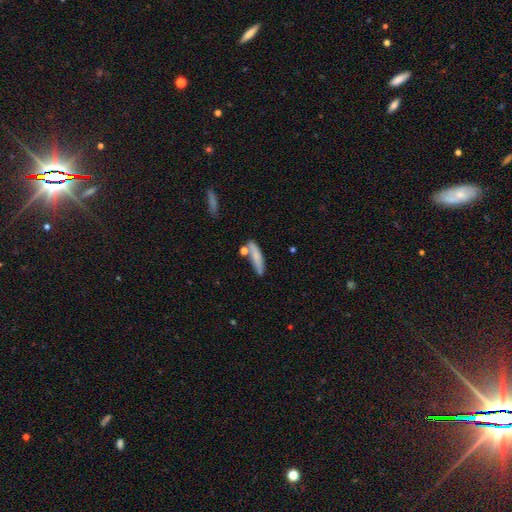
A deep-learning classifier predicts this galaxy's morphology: smooth_or_featured: smooth (p=0.74) [alt: featured or disk p=0.19]
how_rounded: cigar-shaped (p=0.77) [alt: in between p=0.21]
merging: none (p=0.68) [alt: minor disturbance p=0.16]